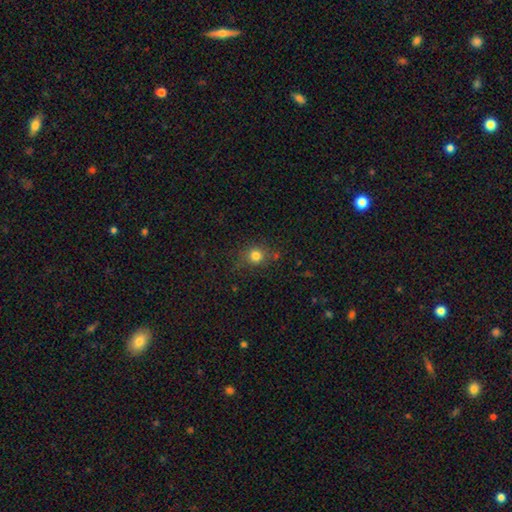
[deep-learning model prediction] Morphology: type=smooth (78%); roundness=round (84%); merging=none (78%).